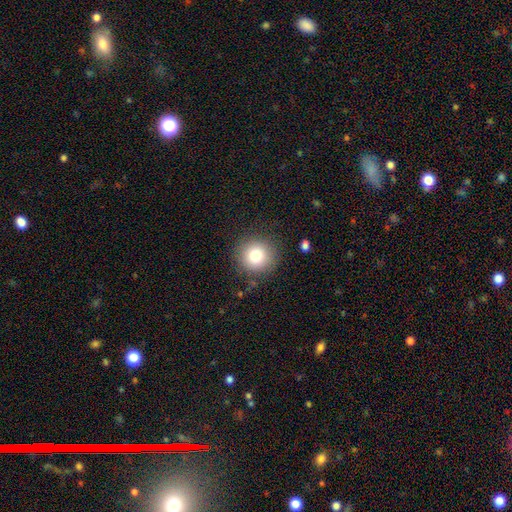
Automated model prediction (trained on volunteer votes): Morphology: type=smooth (81%); roundness=round (93%); merging=none (87%).